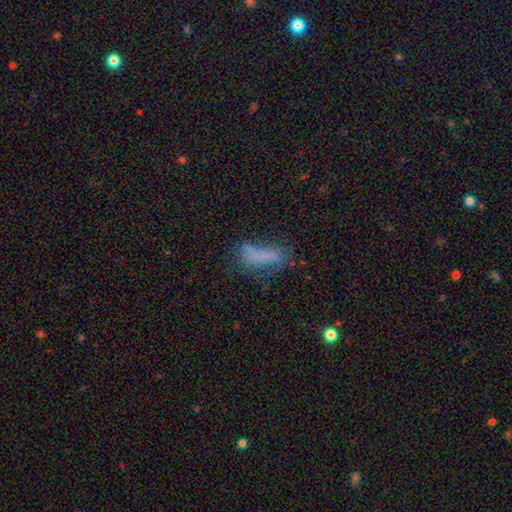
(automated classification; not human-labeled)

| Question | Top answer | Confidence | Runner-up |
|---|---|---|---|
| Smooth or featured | smooth | 62% | featured or disk (23%) |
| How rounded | in between | 50% | cigar-shaped (46%) |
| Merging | none | 40% | minor disturbance (27%) |